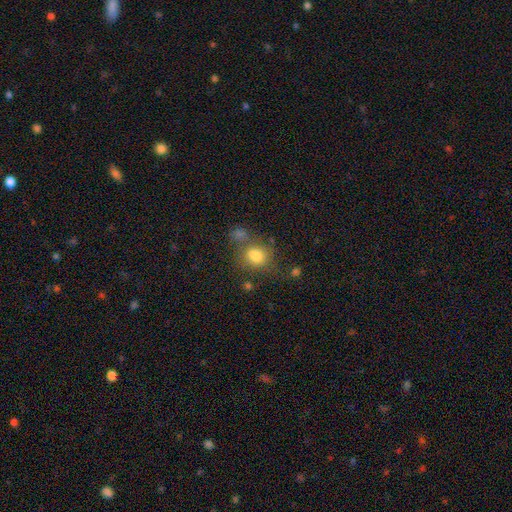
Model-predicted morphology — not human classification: type=smooth (79%); roundness=round (57%); merging=none (51%).